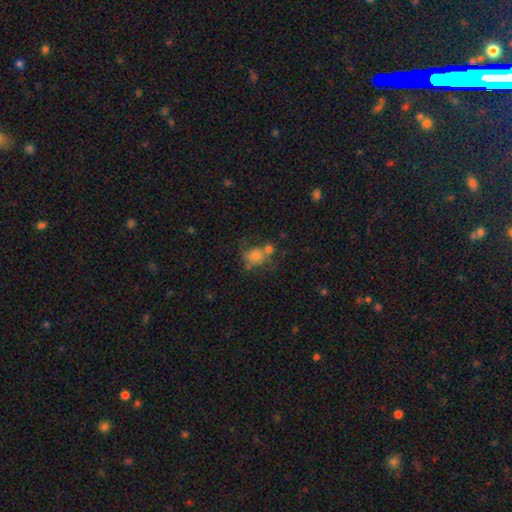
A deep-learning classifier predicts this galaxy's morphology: Smooth or featured: smooth — 65% (featured or disk — 20%)
How rounded: round — 61% (in between — 37%)
Merging: none — 37% (merger — 27%)